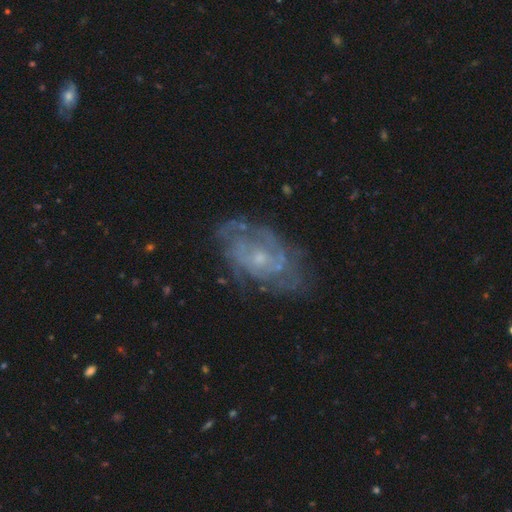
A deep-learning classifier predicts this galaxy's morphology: This appears to be a featured or disk galaxy (78%) with no bar (69%), tight (59%) spiral arms (87%) and a small central bulge (71%). Merging: none (74%).